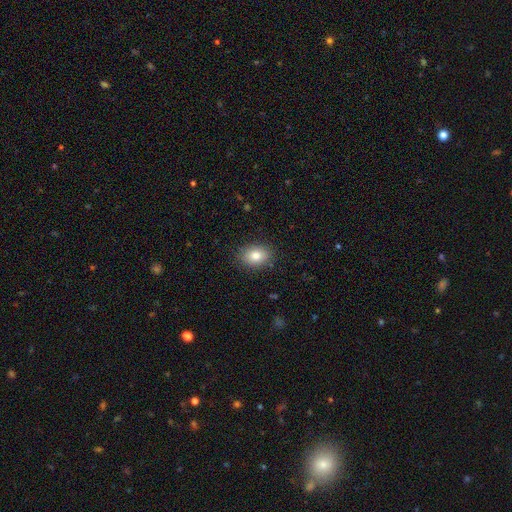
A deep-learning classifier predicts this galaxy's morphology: Smooth or featured? Predicted: smooth (p=0.81). How rounded? Predicted: in between (p=0.73). Merging? Predicted: none (p=0.87).